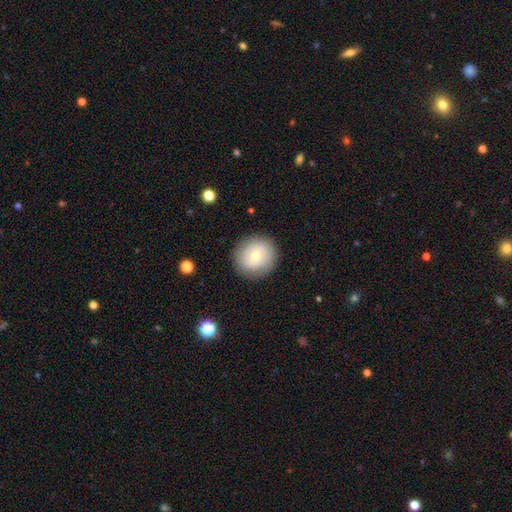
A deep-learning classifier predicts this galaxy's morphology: A smooth galaxy with no disk features (70%) that is round (90%).

Vote fractions:
- Smooth or featured? smooth: 70% / featured or disk: 22% / star or artifact: 8%
- How rounded? round: 90% / in between: 9% / cigar-shaped: 1%
- Merging? none: 88% / minor disturbance: 8% / major disturbance: 3% / merger: 1%